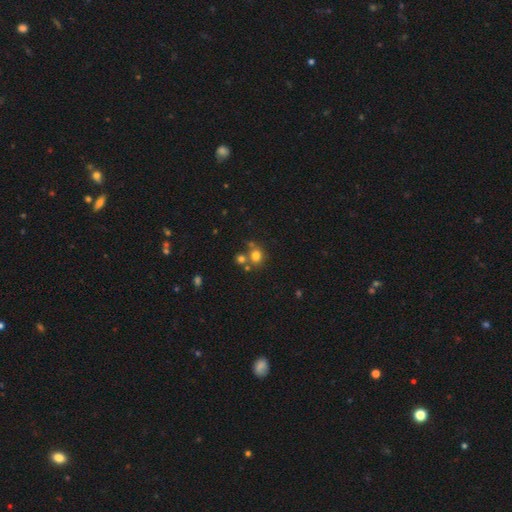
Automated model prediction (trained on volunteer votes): smooth-or-featured: smooth: 75% | star or artifact: 16% | featured or disk: 10%
  how-rounded: round: 81% | in between: 18% | cigar-shaped: 1%
  merging: none: 58% | merger: 28% | minor disturbance: 10% | major disturbance: 4%